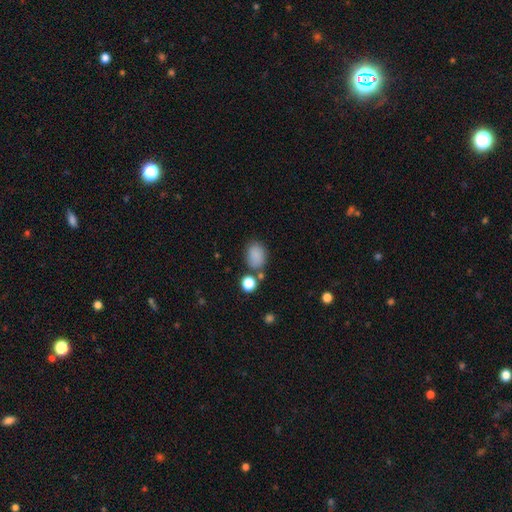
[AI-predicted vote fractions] Q: Smooth or featured?
A: smooth (85%); runner-up: star or artifact (10%)
Q: How rounded?
A: in between (72%); runner-up: round (27%)
Q: Merging?
A: none (69%); runner-up: minor disturbance (16%)